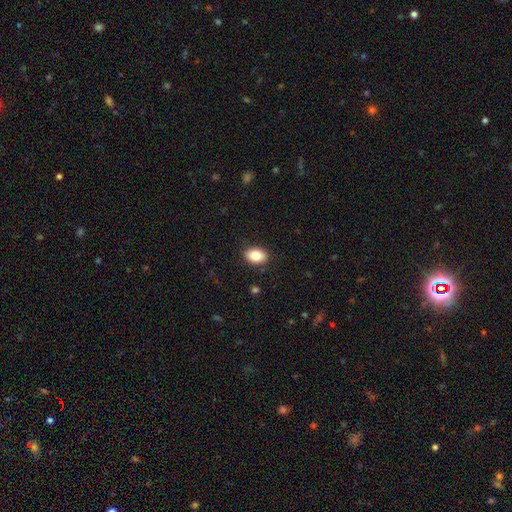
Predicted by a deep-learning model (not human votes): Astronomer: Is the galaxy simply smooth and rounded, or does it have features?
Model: smooth — 85%.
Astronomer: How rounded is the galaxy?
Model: in between — 83%.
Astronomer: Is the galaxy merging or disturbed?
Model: none — 88%.